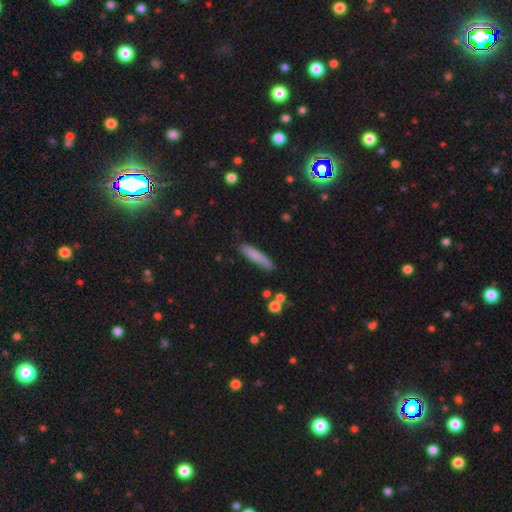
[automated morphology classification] smooth-or-featured: smooth: 77% | featured or disk: 15% | star or artifact: 7%
  how-rounded: cigar-shaped: 87% | in between: 11% | round: 2%
  merging: none: 82% | minor disturbance: 13% | merger: 3% | major disturbance: 2%